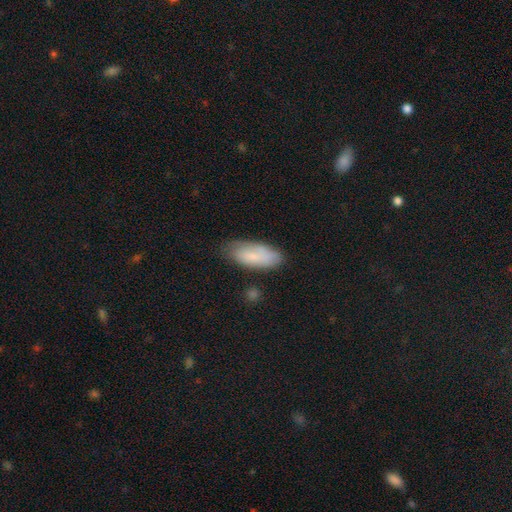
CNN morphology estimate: This is likely a smooth galaxy (73%). How rounded: likely in between (80%). Merging: likely none (66%).